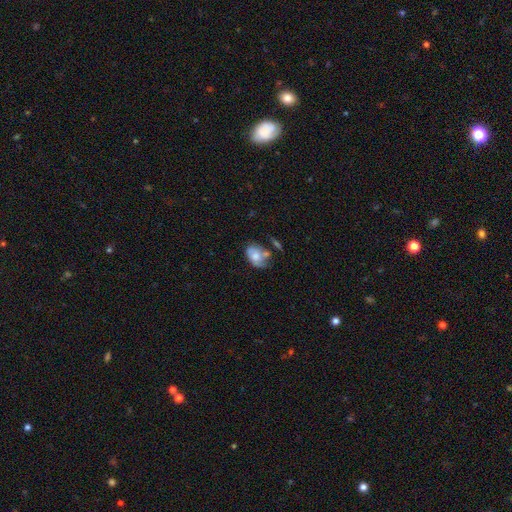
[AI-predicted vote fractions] This is possibly a smooth galaxy (58%). How rounded: clearly in between (80%). Merging: marginally none (37%).